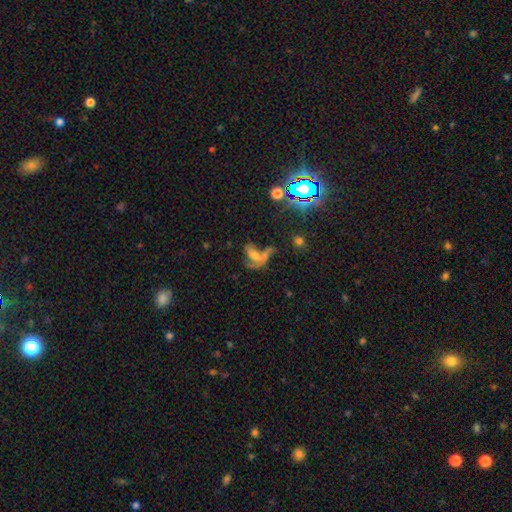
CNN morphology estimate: Smooth or featured? Predicted: featured or disk (p=0.42). Merging? Predicted: merger (p=0.43).